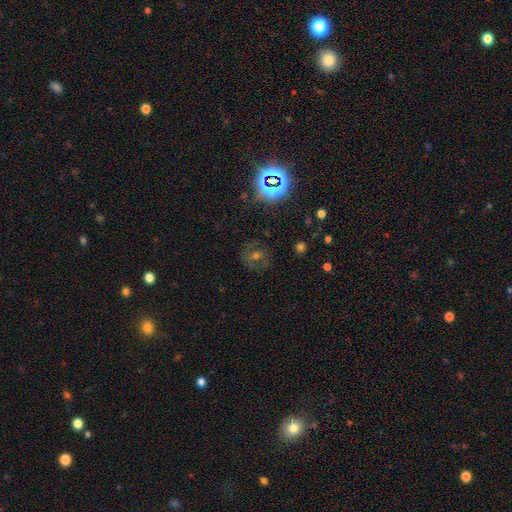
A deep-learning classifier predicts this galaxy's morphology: smooth_or_featured: star or artifact (p=0.42) [alt: featured or disk p=0.32]